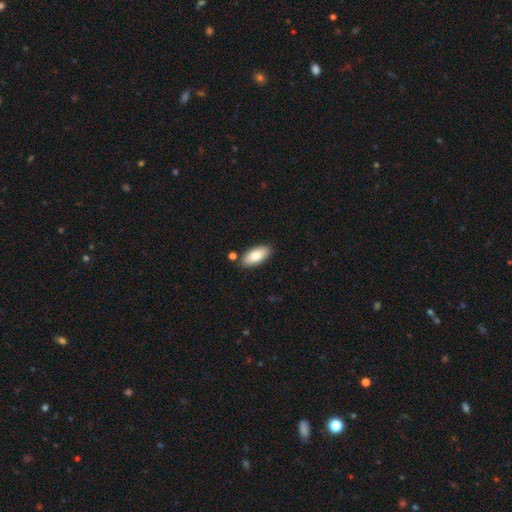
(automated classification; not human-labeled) smooth-or-featured: smooth: 82% | featured or disk: 12% | star or artifact: 6%
  how-rounded: in between: 88% | cigar-shaped: 10% | round: 2%
  merging: none: 85% | minor disturbance: 9% | merger: 4% | major disturbance: 2%